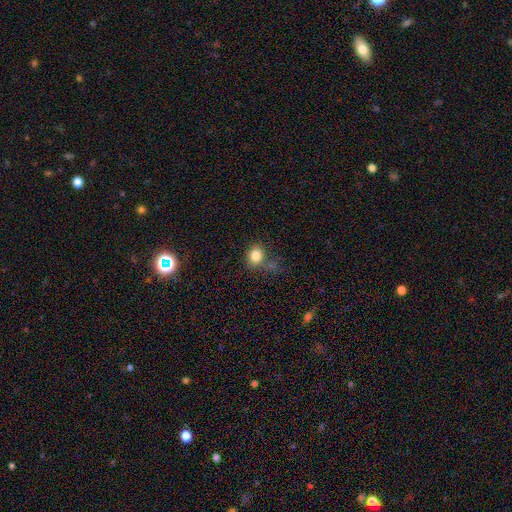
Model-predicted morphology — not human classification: smooth-or-featured: smooth: 82% | star or artifact: 11% | featured or disk: 7%
  how-rounded: round: 65% | in between: 34% | cigar-shaped: 1%
  merging: none: 57% | minor disturbance: 20% | merger: 12% | major disturbance: 11%